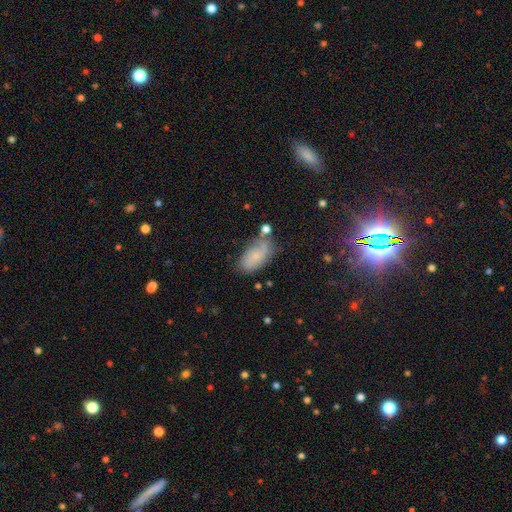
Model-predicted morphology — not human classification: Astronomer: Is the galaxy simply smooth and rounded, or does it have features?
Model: smooth — 52% (runner-up: featured or disk, 37%).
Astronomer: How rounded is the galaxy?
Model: in between — 91%.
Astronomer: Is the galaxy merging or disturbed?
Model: none — 51% (runner-up: minor disturbance, 28%).